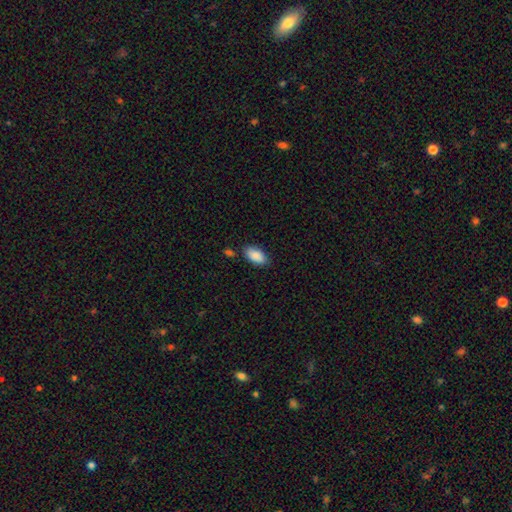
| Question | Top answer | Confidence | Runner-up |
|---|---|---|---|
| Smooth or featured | smooth | 82% | featured or disk (10%) |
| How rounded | in between | 97% | round (3%) |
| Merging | none | 72% | minor disturbance (11%) |